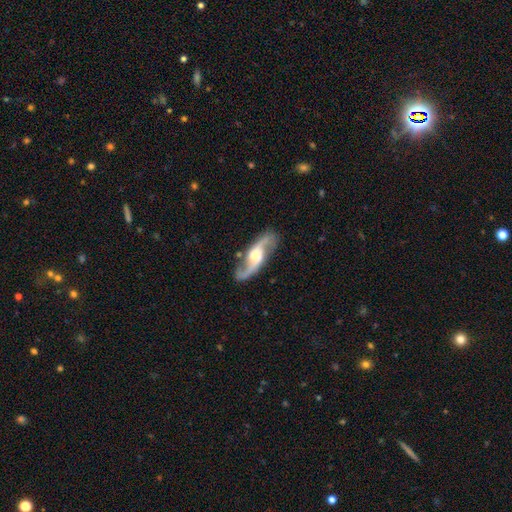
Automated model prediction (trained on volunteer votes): Smooth or featured?
  - featured or disk: 89% *
  - smooth: 7%
  - star or artifact: 4%
Edge-on disk?
  - no: 89% *
  - yes: 11%
Bar?
  - no: 48% *
  - weak: 37%
  - strong: 15%
Spiral arms?
  - yes: 97% *
  - no: 3%
Spiral winding?
  - loose: 60% *
  - medium: 34%
  - tight: 7%
Spiral arm count?
  - 2: 94% *
  - can't tell: 2%
  - 1: 1%
  - 3: 1%
  - 4: 1%
  - more than 4: 1%
Bulge size?
  - moderate: 43% *
  - large: 39%
  - small: 10%
  - none: 5%
  - dominant: 4%
Merging?
  - none: 84% *
  - minor disturbance: 11%
  - major disturbance: 4%
  - merger: 2%